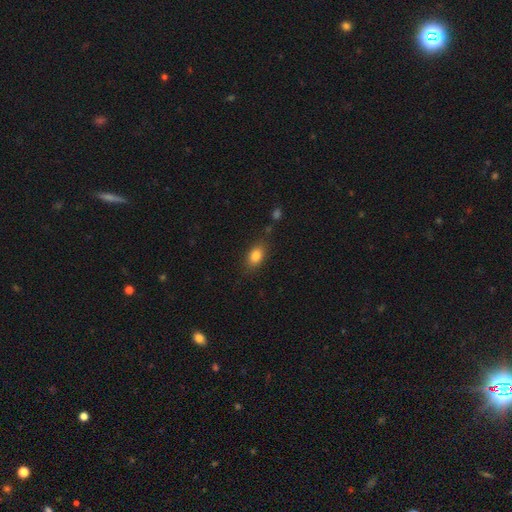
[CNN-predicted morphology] Overall: smooth (84%). How rounded: in between (83%). Merging: none (80%).